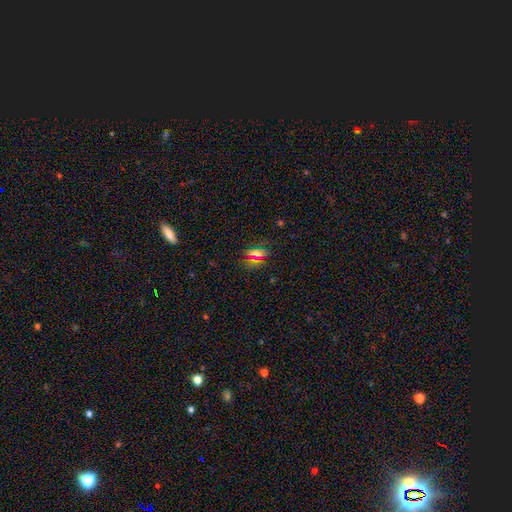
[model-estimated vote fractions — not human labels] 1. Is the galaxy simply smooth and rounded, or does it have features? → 56% smooth, 28% star or artifact, 16% featured or disk.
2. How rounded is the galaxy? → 64% in between, 29% round, 7% cigar-shaped.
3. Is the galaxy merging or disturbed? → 79% none, 13% minor disturbance, 5% major disturbance, 2% merger.